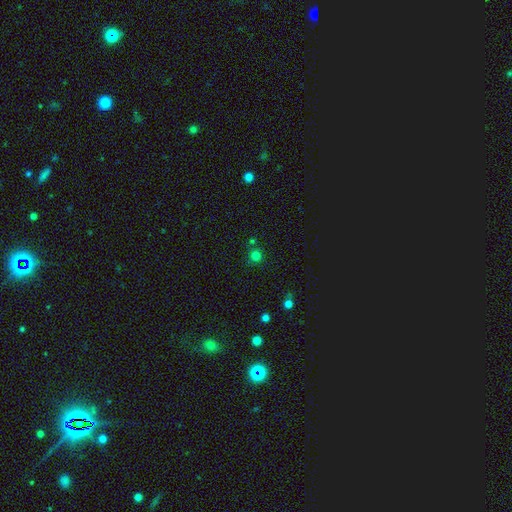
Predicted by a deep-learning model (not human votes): This is likely a smooth galaxy (75%). How rounded: clearly round (92%). Merging: likely none (77%).